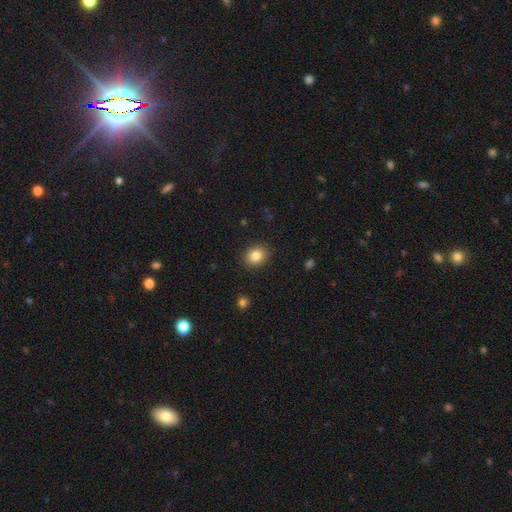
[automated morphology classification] The model was most divided on "how rounded": round: 57%, in between: 42%, cigar-shaped: 1%. More confident: merging — none (89%); smooth or featured — smooth (83%).